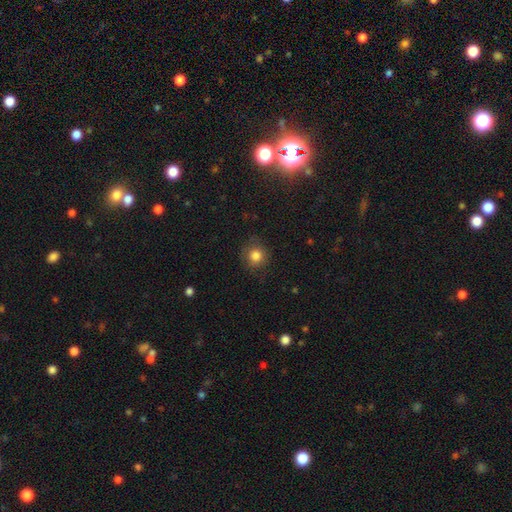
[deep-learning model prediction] This appears to be a smooth galaxy with no disk features (82%) that is round (88%). Merging: none (82%).